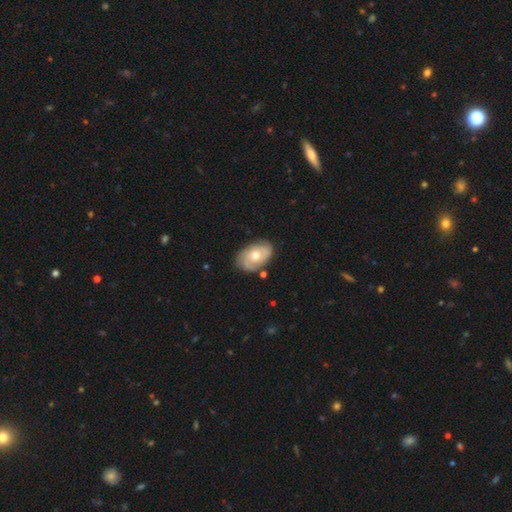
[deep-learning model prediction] A featured or disk galaxy (66%) with no bar (79%), 2 (35%) tight (58%) spiral arms (85%) and a moderate central bulge (70%).

Vote fractions:
- Smooth or featured? featured or disk: 66% / smooth: 28% / star or artifact: 6%
- Edge-on disk? no: 95% / yes: 5%
- Bar? no: 79% / weak: 18% / strong: 3%
- Spiral arms? yes: 85% / no: 15%
- Spiral winding? tight: 58% / medium: 31% / loose: 11%
- Spiral arm count? 2: 35% / can't tell: 33% / 3: 20% / 1: 5% / 4: 5% / more than 4: 3%
- Bulge size? moderate: 70% / small: 25% / large: 3% / none: 1% / dominant: 1%
- Merging? none: 75% / minor disturbance: 19% / major disturbance: 4% / merger: 3%